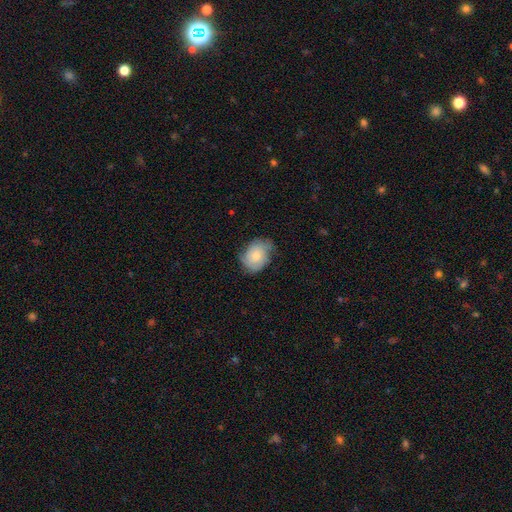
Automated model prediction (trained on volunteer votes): Overall: smooth (63%; featured or disk 31%). How rounded: in between (62%; round 37%). Merging: none (57%; minor disturbance 33%).